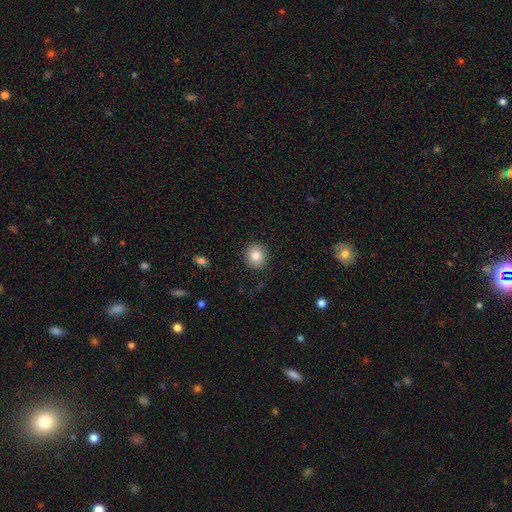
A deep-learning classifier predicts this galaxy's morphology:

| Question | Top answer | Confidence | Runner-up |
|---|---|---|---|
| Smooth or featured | smooth | 83% | star or artifact (9%) |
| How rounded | round | 83% | in between (16%) |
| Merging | none | 90% | minor disturbance (7%) |